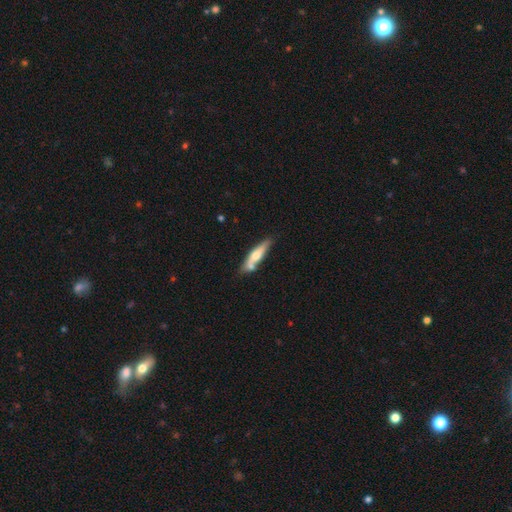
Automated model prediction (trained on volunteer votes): Smooth or featured? Predicted: smooth (p=0.50). How rounded? Predicted: cigar-shaped (p=0.76). Merging? Predicted: none (p=0.60).